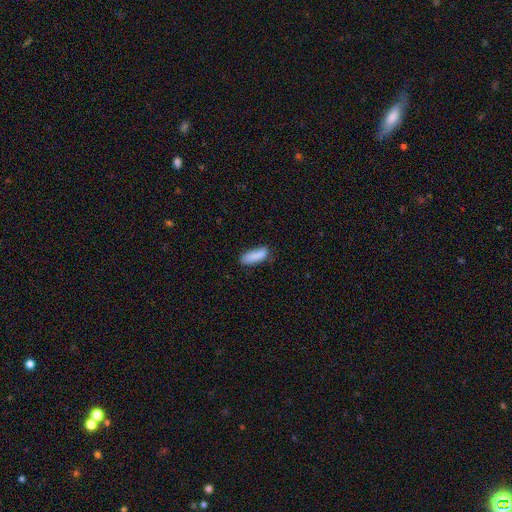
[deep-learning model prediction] This appears to be a smooth galaxy with no disk features (85%) that is in between round and cigar-shaped (57%). Merging: none (67%).